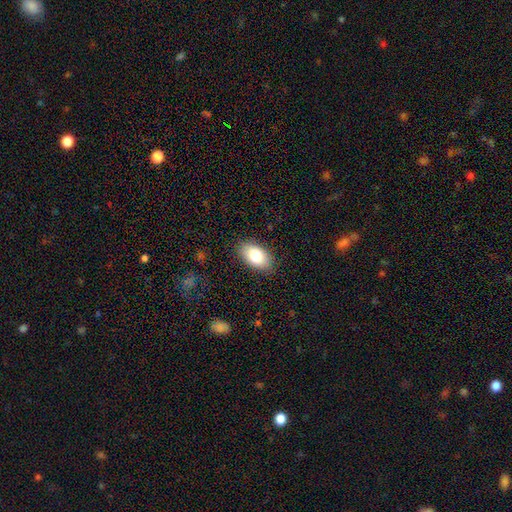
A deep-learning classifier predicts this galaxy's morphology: smooth-or-featured: smooth: 79% | featured or disk: 14% | star or artifact: 7%
  how-rounded: in between: 93% | round: 6% | cigar-shaped: 2%
  merging: none: 87% | minor disturbance: 10% | major disturbance: 2% | merger: 1%